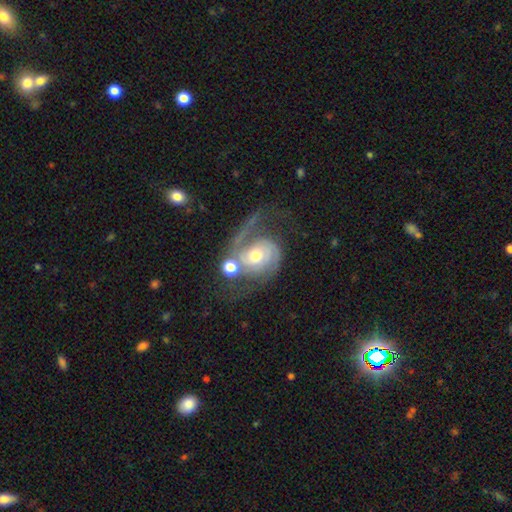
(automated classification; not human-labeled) featured or disk 86%, smooth 9%, star or artifact 6%. Down the decision tree: edge-on disk — no (97%); bar — no (63%); spiral arms — yes (96%); spiral arm count — 2 (72%); spiral winding — medium (45%); bulge size — moderate (63%); merging — none (43%).